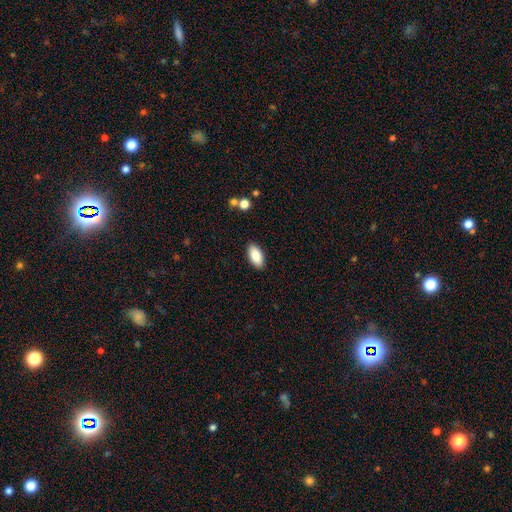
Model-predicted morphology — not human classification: Smooth or featured: smooth — 86% (featured or disk — 7%)
How rounded: in between — 92% (cigar-shaped — 5%)
Merging: none — 89% (minor disturbance — 8%)